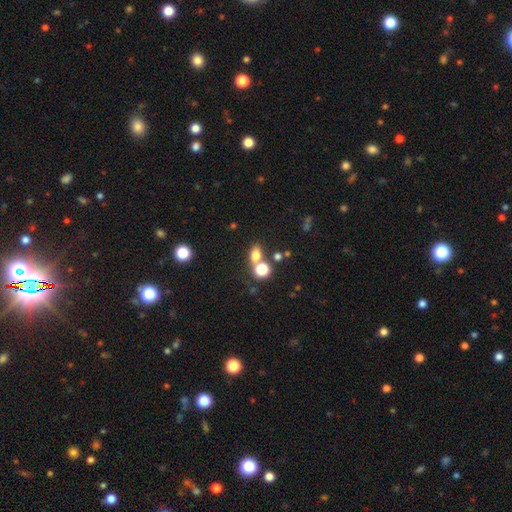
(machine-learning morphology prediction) smooth-or-featured: smooth: 73% | star or artifact: 17% | featured or disk: 10%
  how-rounded: in between: 61% | round: 37% | cigar-shaped: 2%
  merging: none: 52% | merger: 33% | minor disturbance: 10% | major disturbance: 5%